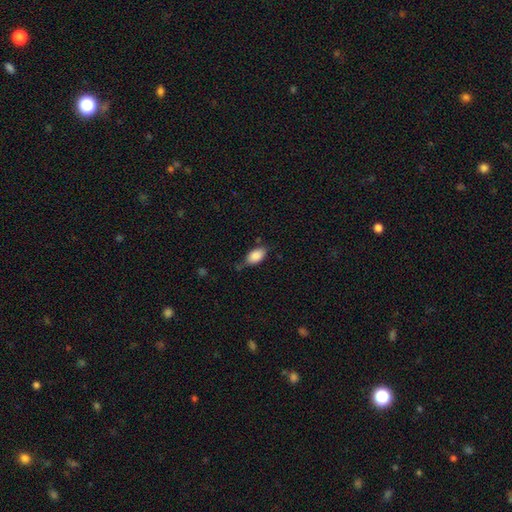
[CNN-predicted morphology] A smooth galaxy with no disk features (87%) that is in between round and cigar-shaped (92%). Merging: none (66%).